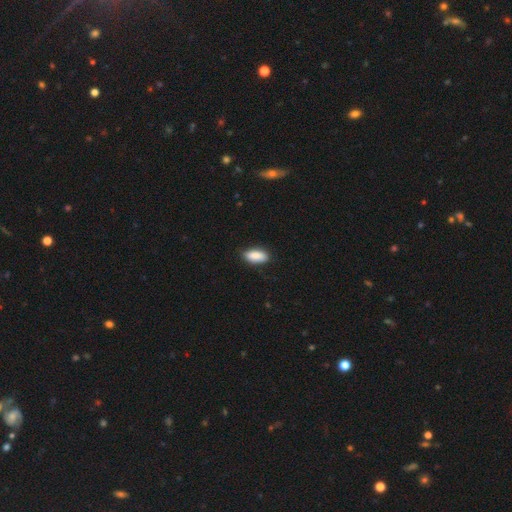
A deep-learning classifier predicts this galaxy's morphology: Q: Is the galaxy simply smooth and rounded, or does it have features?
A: smooth — 88%.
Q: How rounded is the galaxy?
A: in between — 87%.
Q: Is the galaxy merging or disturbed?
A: none — 83%.